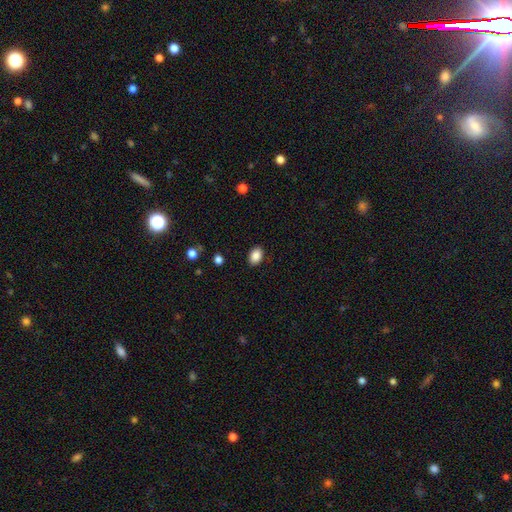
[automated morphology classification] type=smooth (87%); roundness=in between (81%); merging=none (89%).